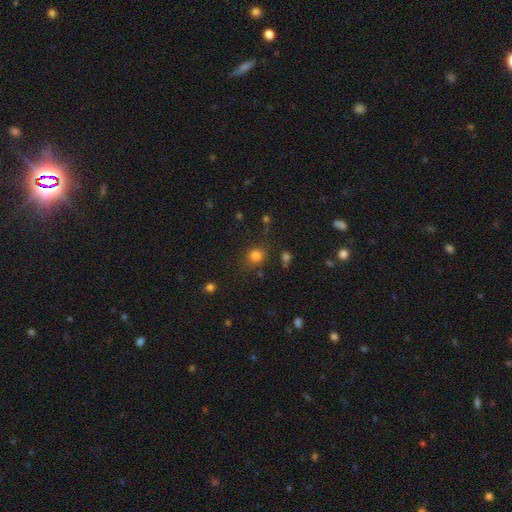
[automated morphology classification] Smooth or featured: smooth — 80% (star or artifact — 15%)
How rounded: round — 74% (in between — 25%)
Merging: none — 77% (minor disturbance — 14%)